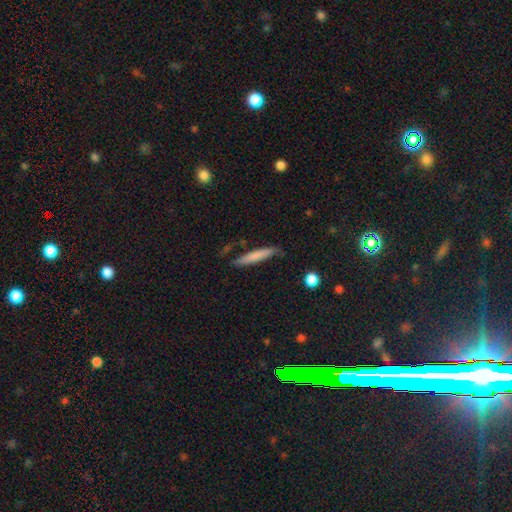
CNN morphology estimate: smooth 74%, featured or disk 20%, star or artifact 6%. Down the decision tree: how rounded — cigar-shaped (92%); merging — none (78%).